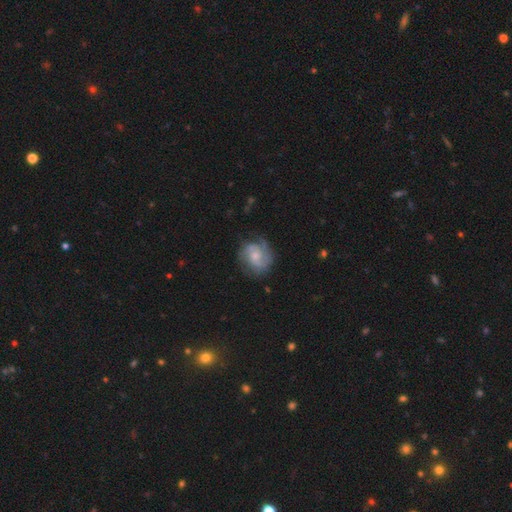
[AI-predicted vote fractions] smooth_or_featured: featured or disk (p=0.72) [alt: smooth p=0.22]
disk_edge_on: no (p=0.98) [alt: yes p=0.02]
bar: no (p=0.67) [alt: weak p=0.29]
has_spiral_arms: yes (p=0.90) [alt: no p=0.10]
spiral_winding: medium (p=0.43) [alt: tight p=0.40]
spiral_arm_count: 2 (p=0.46) [alt: can't tell p=0.23]
bulge_size: small (p=0.44) [tied with: moderate p=0.44]
merging: none (p=0.67) [alt: minor disturbance p=0.21]